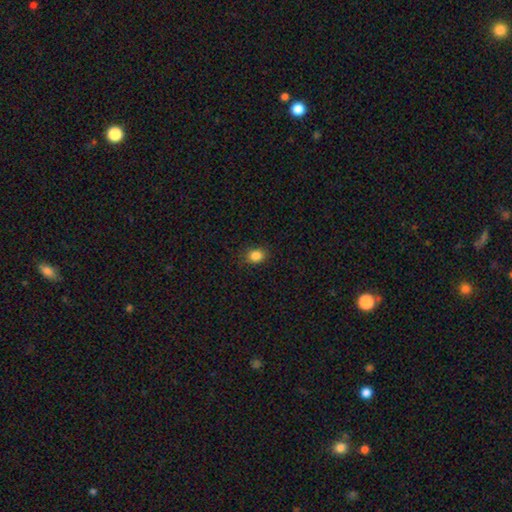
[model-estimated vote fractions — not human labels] smooth 85%, star or artifact 11%, featured or disk 4%. Down the decision tree: how rounded — round (60%); merging — none (86%).